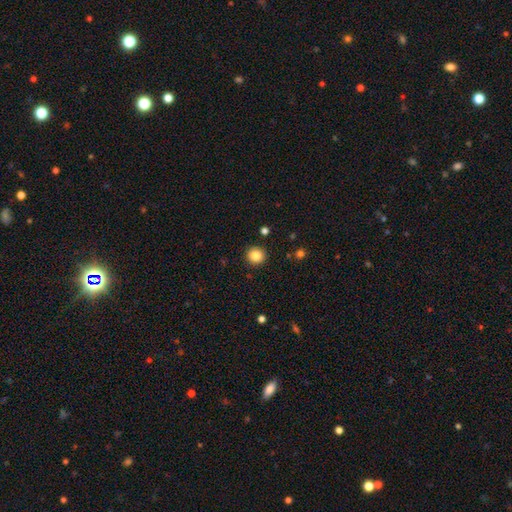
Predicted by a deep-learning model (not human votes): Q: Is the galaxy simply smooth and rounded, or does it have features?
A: smooth — 85%.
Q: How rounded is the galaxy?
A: round — 94%.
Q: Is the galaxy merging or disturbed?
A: none — 92%.